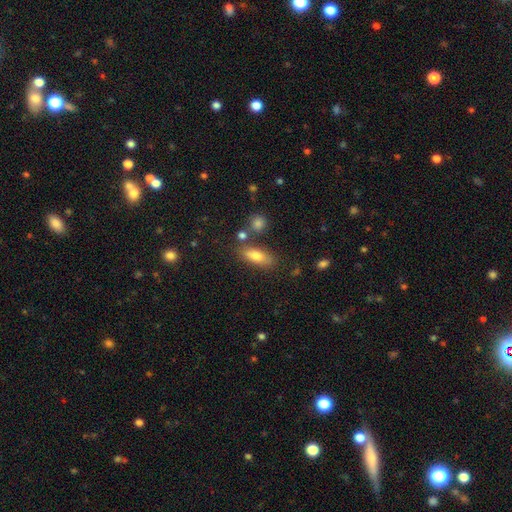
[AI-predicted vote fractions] This is likely a smooth galaxy (78%). How rounded: likely in between (72%). Merging: likely none (71%).